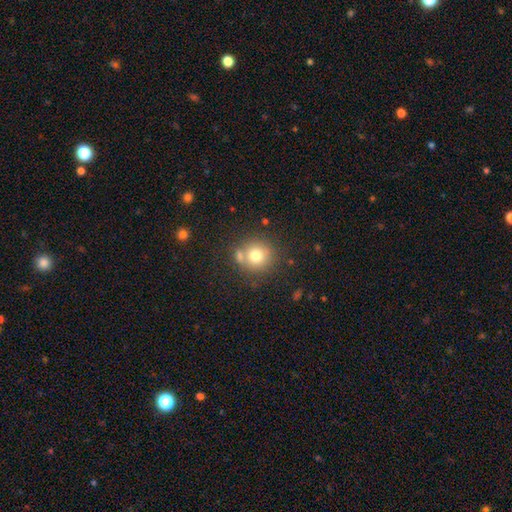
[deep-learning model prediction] Smooth or featured? smooth (74%)
How rounded? round (89%)
Merging? none (65%)